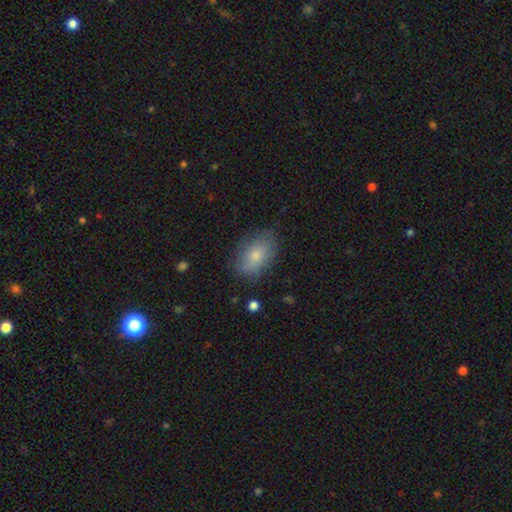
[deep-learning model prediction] Smooth or featured: smooth — 75% (featured or disk — 16%)
How rounded: in between — 87% (round — 11%)
Merging: none — 77% (minor disturbance — 18%)